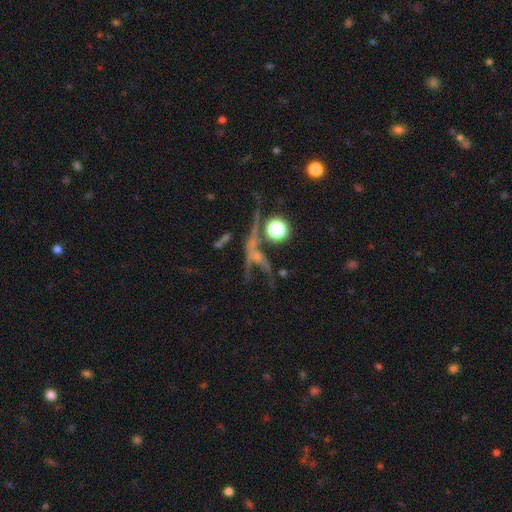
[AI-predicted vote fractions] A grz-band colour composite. It shows a featured or disk galaxy (47%). Merging: none (45%).